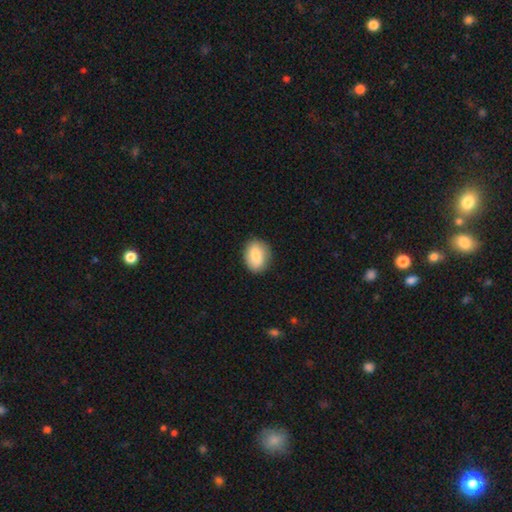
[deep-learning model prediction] Overall: smooth (84%). How rounded: in between (70%). Merging: none (86%).